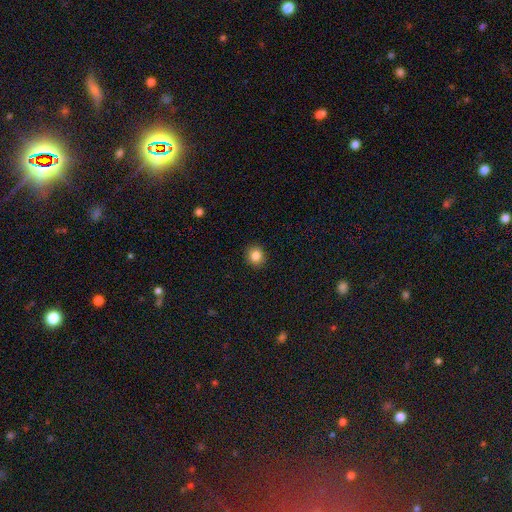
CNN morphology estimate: smooth 84%, star or artifact 10%, featured or disk 5%. Down the decision tree: how rounded — round (82%); merging — none (91%).